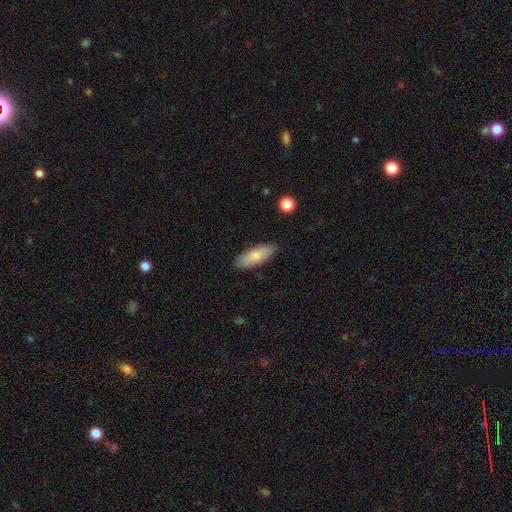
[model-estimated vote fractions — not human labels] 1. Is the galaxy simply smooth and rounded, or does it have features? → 76% smooth, 18% featured or disk, 6% star or artifact.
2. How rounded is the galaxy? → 74% in between, 24% cigar-shaped, 2% round.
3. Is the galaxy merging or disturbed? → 86% none, 11% minor disturbance, 2% major disturbance, 1% merger.